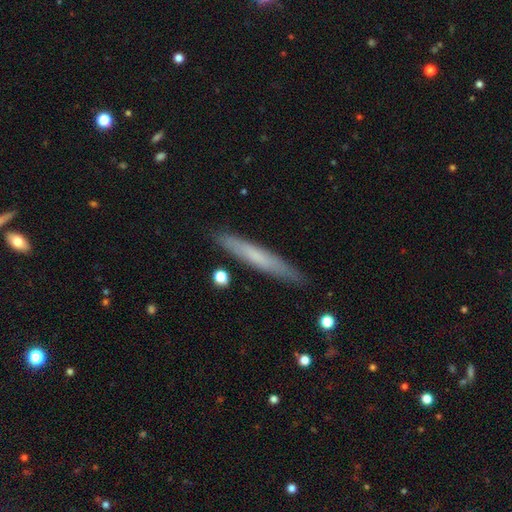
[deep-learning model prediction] This appears to be a smooth galaxy with no disk features (61%) that is cigar-shaped (95%). Merging: none (88%).